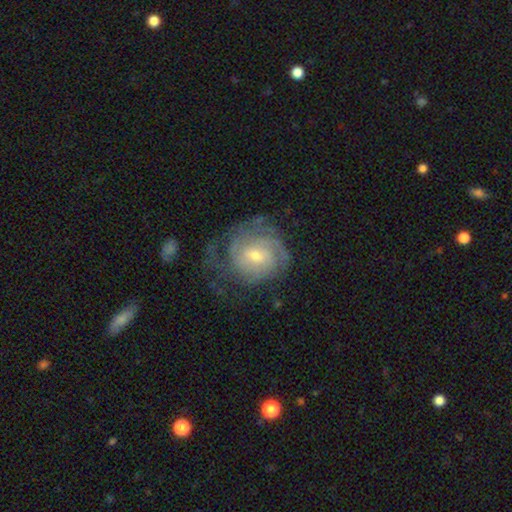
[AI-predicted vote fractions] featured or disk 78%, smooth 15%, star or artifact 6%. Down the decision tree: edge-on disk — no (97%); bar — no (47%); spiral arms — yes (91%); spiral arm count — can't tell (43%); spiral winding — tight (61%); bulge size — small (53%); merging — none (57%).